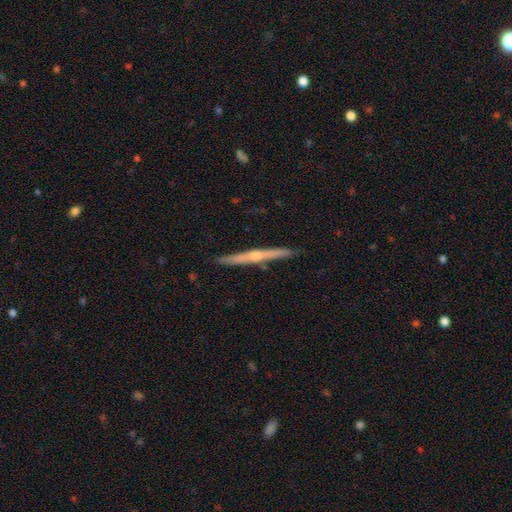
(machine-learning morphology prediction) Smooth or featured: featured or disk — 70% (smooth — 24%)
Edge-on disk: yes — 98% (no — 2%)
Edge-on bulge: rounded — 77% (none — 19%)
Merging: none — 88% (minor disturbance — 9%)